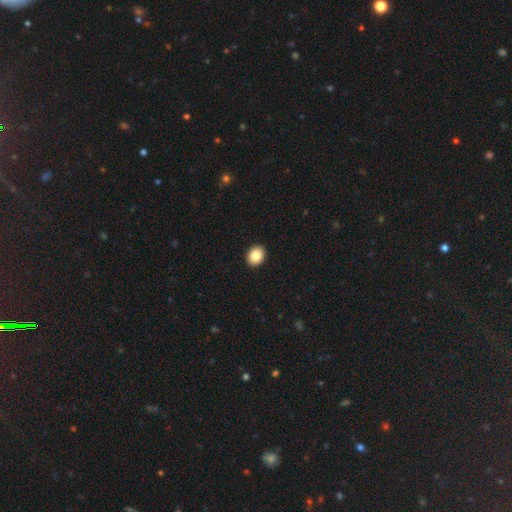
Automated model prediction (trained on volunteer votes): A smooth galaxy with no disk features (85%) that is round (50%). Merging: none (93%).